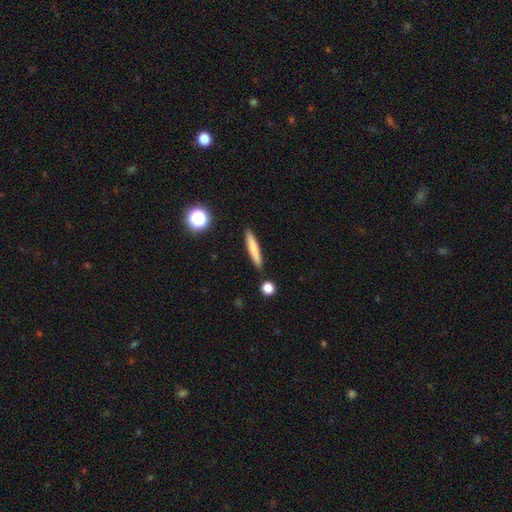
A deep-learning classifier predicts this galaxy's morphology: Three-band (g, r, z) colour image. It shows a smooth galaxy with no disk features (66%) that is cigar-shaped (92%). Merging: none (89%).